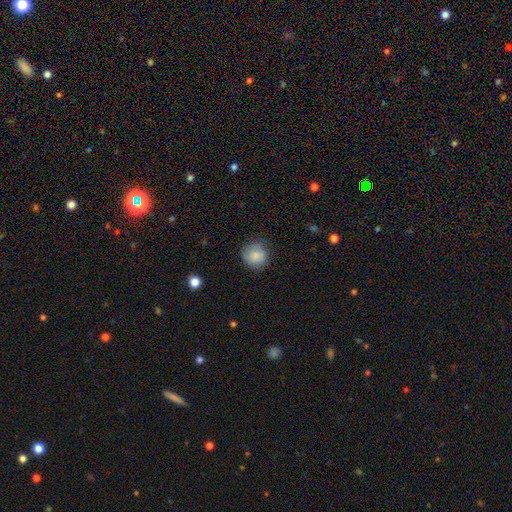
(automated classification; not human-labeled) Overall: smooth (85%). How rounded: round (89%). Merging: none (76%).